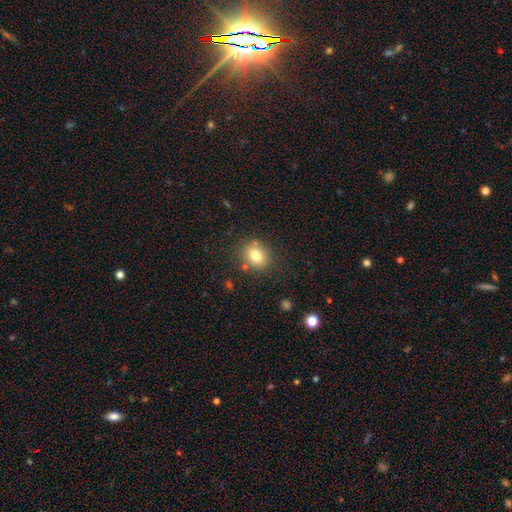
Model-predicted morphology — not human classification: smooth_or_featured: smooth (p=0.79) [alt: star or artifact p=0.11]
how_rounded: round (p=0.53) [alt: in between p=0.46]
merging: none (p=0.78) [alt: minor disturbance p=0.12]